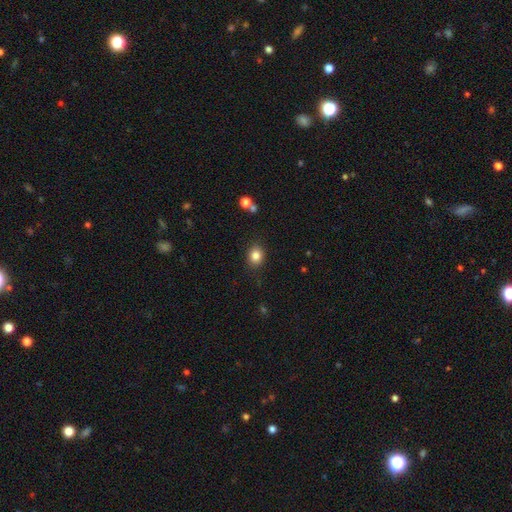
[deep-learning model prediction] smooth 84%, star or artifact 10%, featured or disk 6%. Down the decision tree: how rounded — round (57%); merging — none (86%).